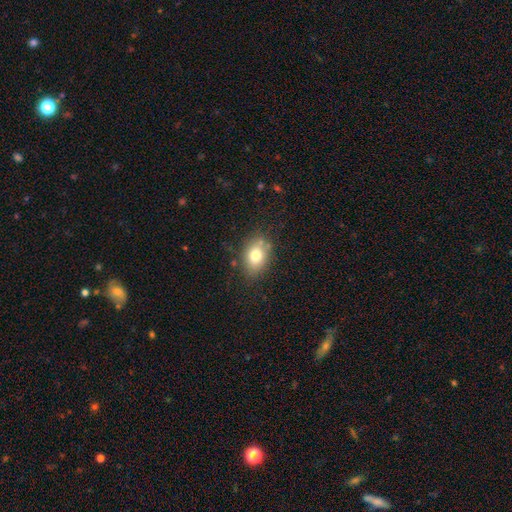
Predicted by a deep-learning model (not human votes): Smooth or featured? Predicted: smooth (p=0.76). How rounded? Predicted: in between (p=0.74). Merging? Predicted: none (p=0.77).